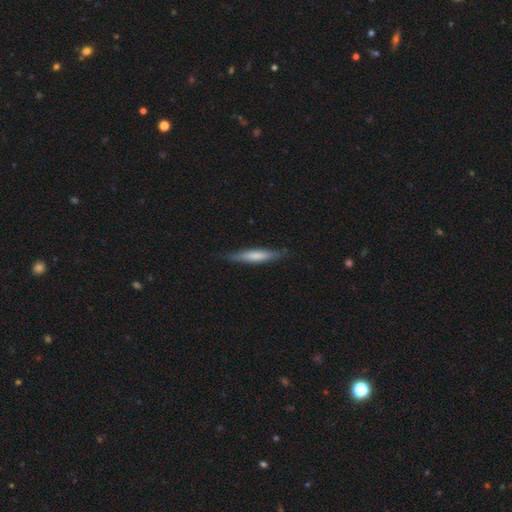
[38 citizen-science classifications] Morphology: type=smooth (87%); roundness=cigar-shaped (94%); merging=none (86%).